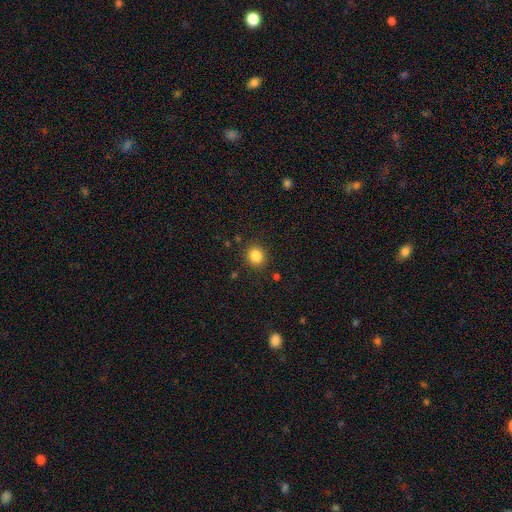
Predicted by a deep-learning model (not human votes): smooth 84%, star or artifact 11%, featured or disk 4%. Down the decision tree: how rounded — round (83%); merging — none (89%).